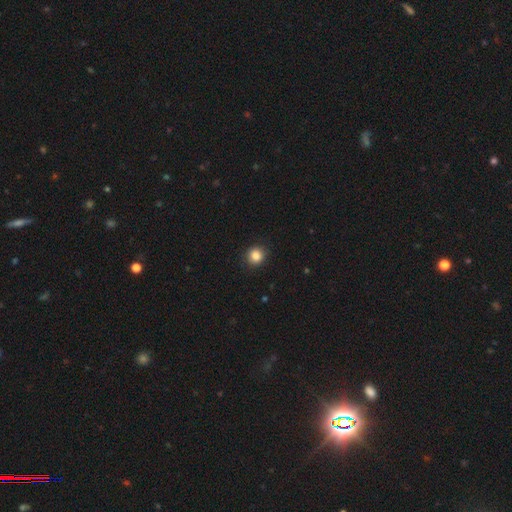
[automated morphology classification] Smooth or featured? smooth (86%)
How rounded? round (85%)
Merging? none (89%)